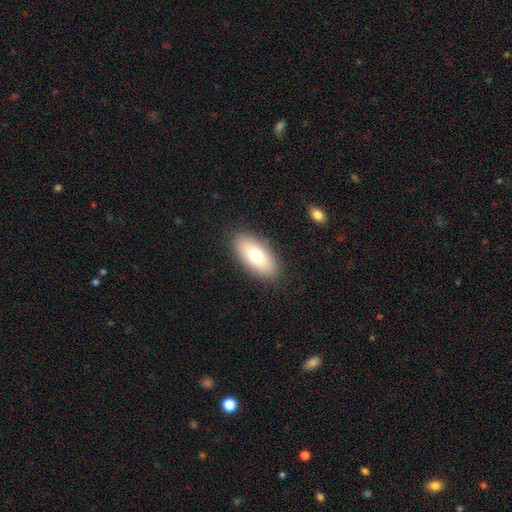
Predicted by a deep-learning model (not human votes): Morphology: type=smooth (73%); roundness=in between (89%); merging=none (88%).